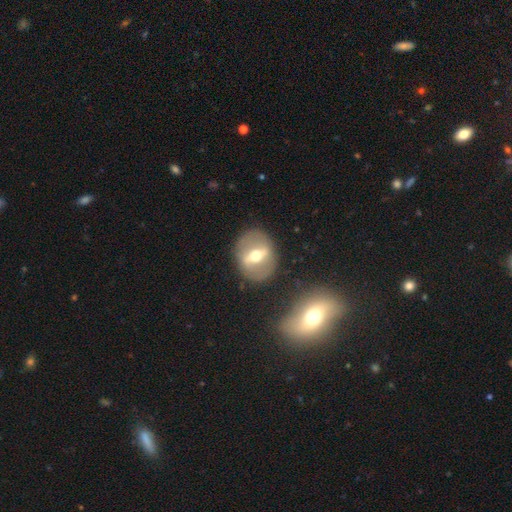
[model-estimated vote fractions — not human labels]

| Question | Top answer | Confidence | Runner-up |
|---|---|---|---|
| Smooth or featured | featured or disk | 68% | smooth (25%) |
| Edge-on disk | no | 80% | yes (20%) |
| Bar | strong | 67% | weak (24%) |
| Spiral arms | no | 78% | yes (22%) |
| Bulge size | moderate | 72% | small (13%) |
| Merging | none | 82% | minor disturbance (10%) |